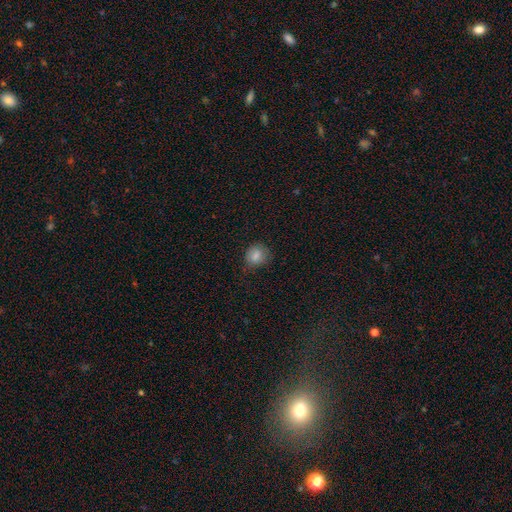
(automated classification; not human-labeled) Smooth or featured?
  - smooth: 82% *
  - star or artifact: 10%
  - featured or disk: 9%
How rounded?
  - round: 71% *
  - in between: 28%
  - cigar-shaped: 1%
Merging?
  - none: 66% *
  - minor disturbance: 25%
  - major disturbance: 8%
  - merger: 1%